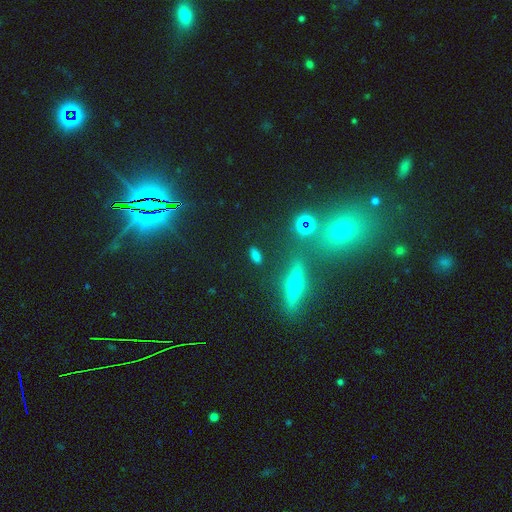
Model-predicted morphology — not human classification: type=smooth (65%); roundness=in between (67%); merging=none (85%).